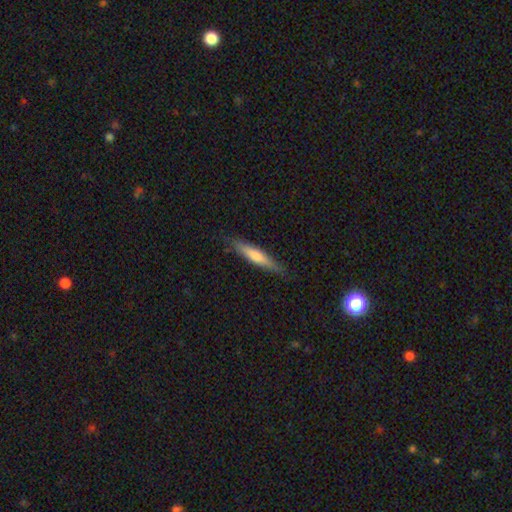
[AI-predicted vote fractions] smooth_or_featured: smooth (p=0.55) [alt: featured or disk p=0.39]
how_rounded: cigar-shaped (p=0.90) [alt: in between p=0.08]
merging: none (p=0.86) [alt: minor disturbance p=0.11]